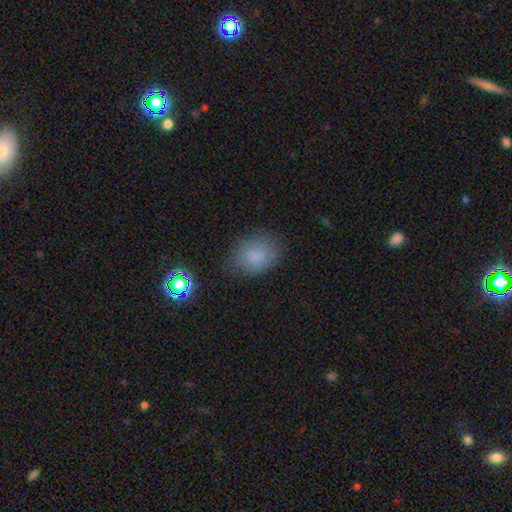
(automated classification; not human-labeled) Smooth or featured? smooth (80%)
How rounded? in between (56%)
Merging? none (74%)